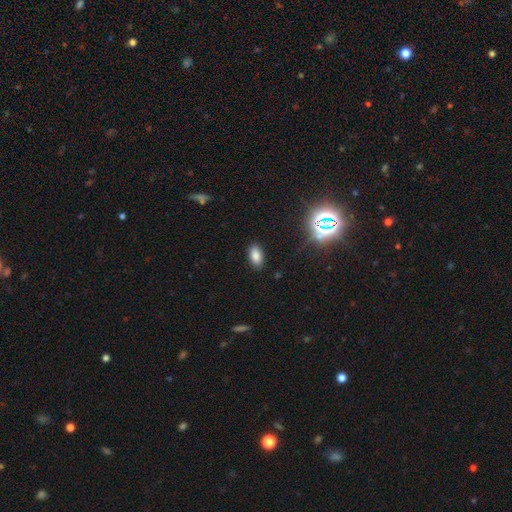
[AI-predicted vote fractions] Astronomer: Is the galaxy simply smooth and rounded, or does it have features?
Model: smooth — 79%.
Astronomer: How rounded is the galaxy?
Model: in between — 92%.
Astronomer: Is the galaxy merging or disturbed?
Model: none — 88%.